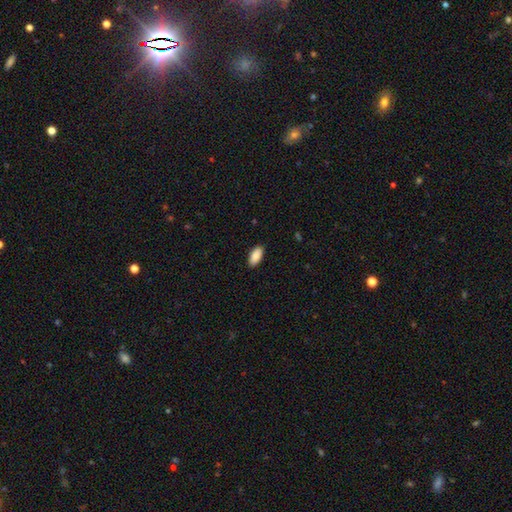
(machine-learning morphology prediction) Smooth or featured? Predicted: smooth (p=0.88). How rounded? Predicted: in between (p=0.91). Merging? Predicted: none (p=0.89).